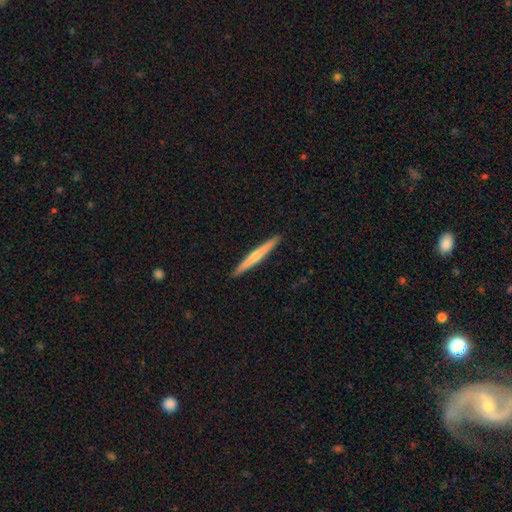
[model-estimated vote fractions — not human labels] Morphology: type=smooth (49%); merging=none (92%).